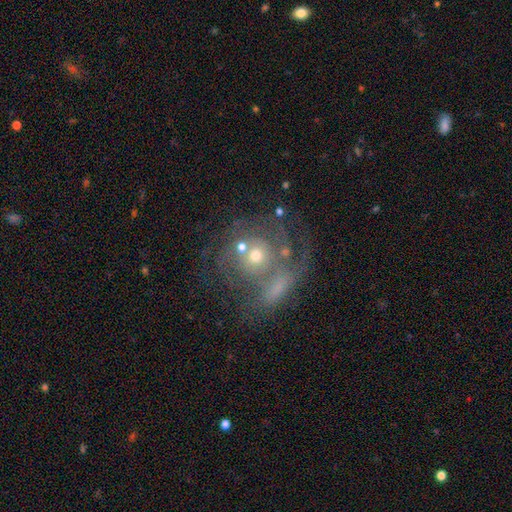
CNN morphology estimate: Smooth or featured?
  - featured or disk: 68% *
  - smooth: 22%
  - star or artifact: 10%
Edge-on disk?
  - no: 97% *
  - yes: 3%
Bar?
  - no: 85% *
  - weak: 11%
  - strong: 3%
Spiral arms?
  - yes: 70% *
  - no: 30%
Bulge size?
  - moderate: 52% *
  - small: 40%
  - large: 4%
  - none: 2%
  - dominant: 2%
Merging?
  - none: 47% *
  - merger: 21%
  - major disturbance: 17%
  - minor disturbance: 16%